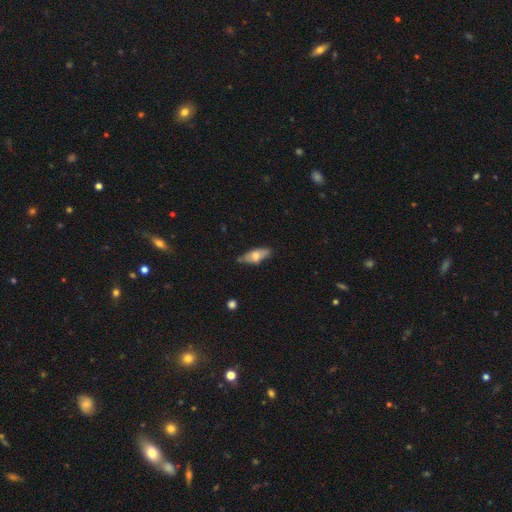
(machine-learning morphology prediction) Smooth or featured? smooth (60%)
How rounded? in between (69%)
Merging? none (71%)